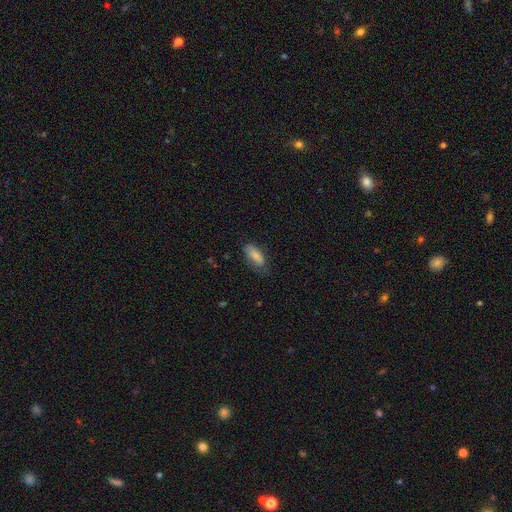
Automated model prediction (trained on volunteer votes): The model was most divided on "merging": none: 65%, minor disturbance: 26%, major disturbance: 7%, merger: 1%. More confident: how rounded — in between (81%); smooth or featured — smooth (79%).